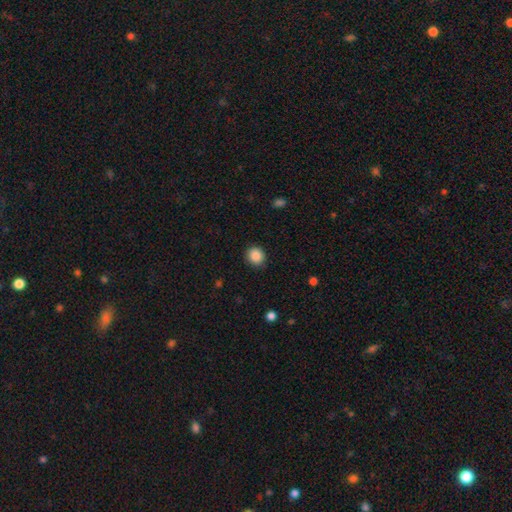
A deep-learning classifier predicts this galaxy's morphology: Q: Smooth or featured?
A: smooth (88%); runner-up: star or artifact (9%)
Q: How rounded?
A: round (84%); runner-up: in between (15%)
Q: Merging?
A: none (89%); runner-up: minor disturbance (8%)